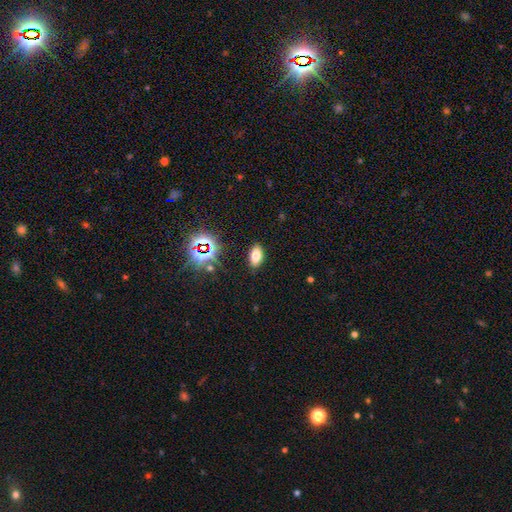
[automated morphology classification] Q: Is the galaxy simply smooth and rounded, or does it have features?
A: smooth — 69%.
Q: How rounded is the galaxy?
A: in between — 90%.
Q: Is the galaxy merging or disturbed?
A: none — 87%.